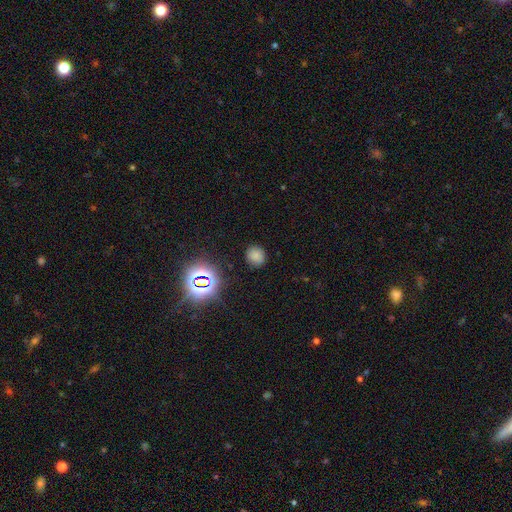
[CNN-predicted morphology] smooth-or-featured: smooth: 72% | star or artifact: 21% | featured or disk: 6%
  how-rounded: round: 80% | in between: 19% | cigar-shaped: 1%
  merging: none: 85% | minor disturbance: 10% | major disturbance: 3% | merger: 2%